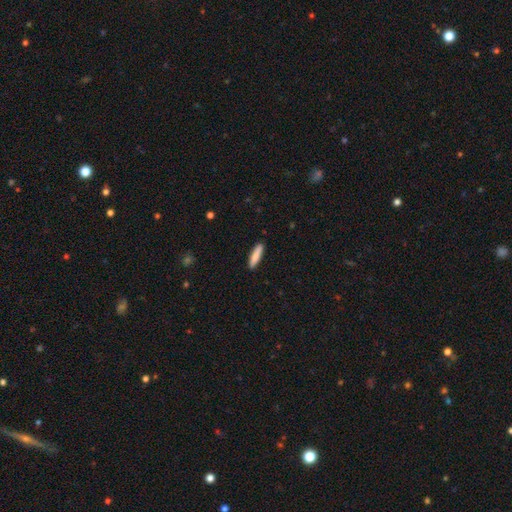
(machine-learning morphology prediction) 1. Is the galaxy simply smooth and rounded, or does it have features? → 84% smooth, 10% featured or disk, 6% star or artifact.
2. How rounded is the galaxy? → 79% cigar-shaped, 19% in between, 1% round.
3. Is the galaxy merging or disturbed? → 89% none, 8% minor disturbance, 2% major disturbance, 1% merger.